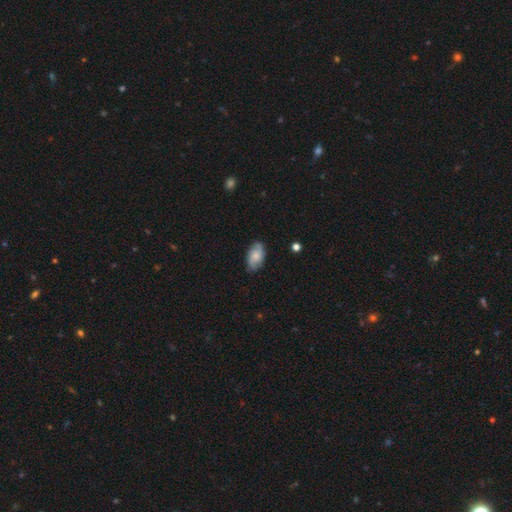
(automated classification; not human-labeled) This appears to be a smooth galaxy with no disk features (48%). Merging: none (78%).